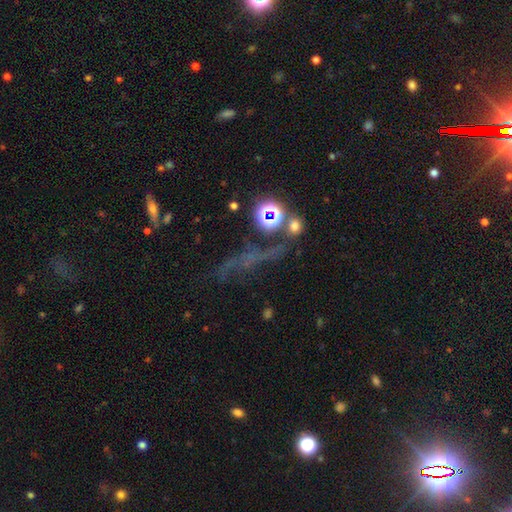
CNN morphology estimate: Smooth or featured? Predicted: star or artifact (p=0.53).